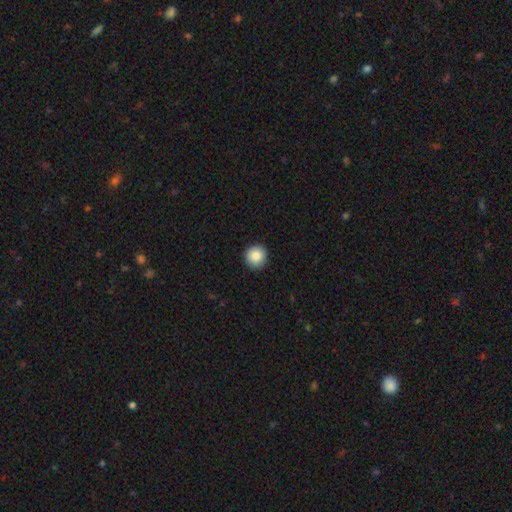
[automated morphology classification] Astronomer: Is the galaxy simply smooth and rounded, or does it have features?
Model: smooth — 87%.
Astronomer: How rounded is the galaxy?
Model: round — 95%.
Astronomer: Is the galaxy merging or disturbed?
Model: none — 91%.